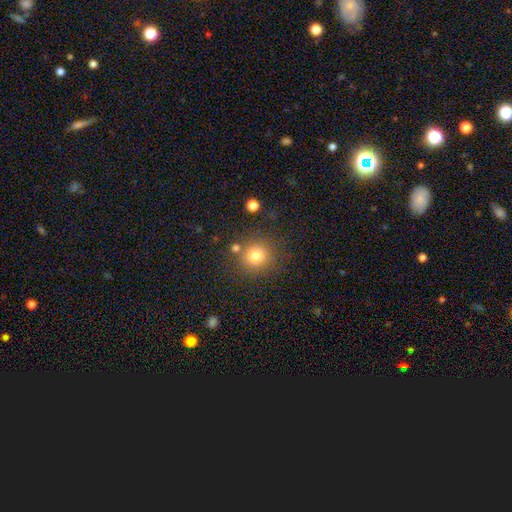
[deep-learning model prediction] This is likely a smooth galaxy (79%). How rounded: clearly round (91%). Merging: likely none (79%).